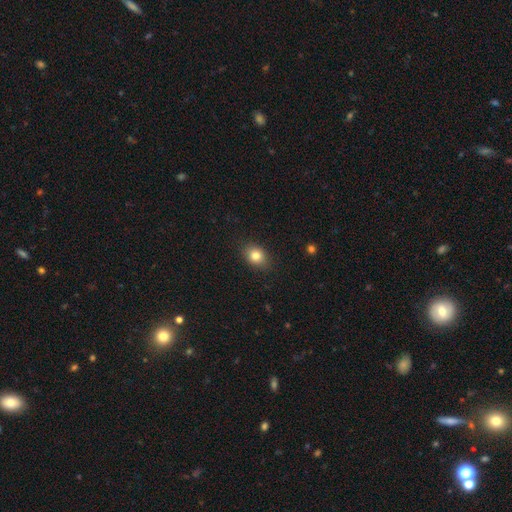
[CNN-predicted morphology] type=smooth (81%); roundness=in between (53%); merging=none (87%).